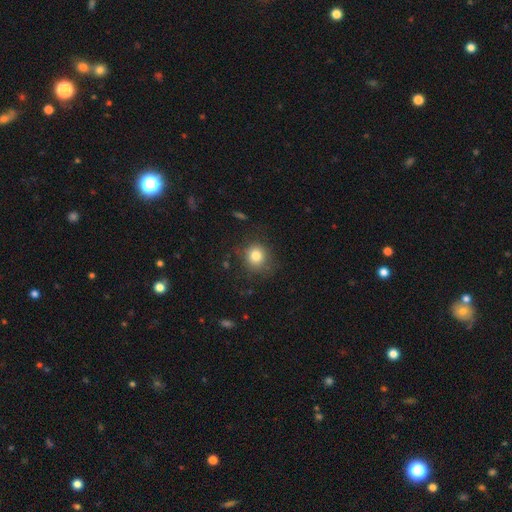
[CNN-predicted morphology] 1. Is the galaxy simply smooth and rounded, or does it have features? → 80% smooth, 11% star or artifact, 8% featured or disk.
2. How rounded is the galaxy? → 86% round, 13% in between, 1% cigar-shaped.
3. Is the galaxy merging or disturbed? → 78% none, 15% minor disturbance, 5% major disturbance, 2% merger.